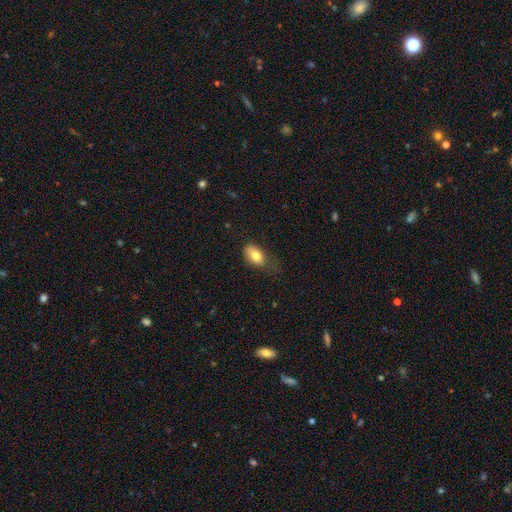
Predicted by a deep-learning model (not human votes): A smooth galaxy with no disk features (79%) that is in between round and cigar-shaped (91%).

Vote fractions:
- Smooth or featured? smooth: 79% / featured or disk: 12% / star or artifact: 8%
- How rounded? in between: 91% / round: 6% / cigar-shaped: 3%
- Merging? none: 46% / minor disturbance: 35% / major disturbance: 17% / merger: 2%